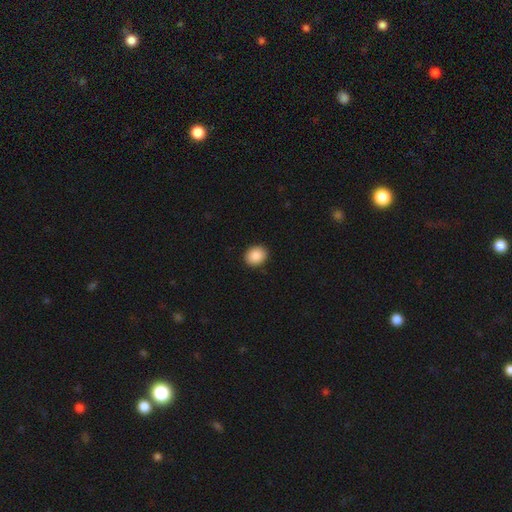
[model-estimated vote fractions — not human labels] This appears to be a smooth galaxy with no disk features (89%) that is round (62%). Merging: none (90%).